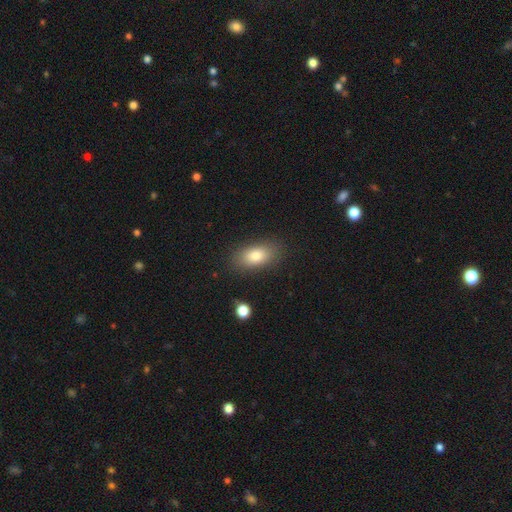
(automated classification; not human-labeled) This is clearly a smooth galaxy (80%). How rounded: clearly in between (87%). Merging: clearly none (86%).